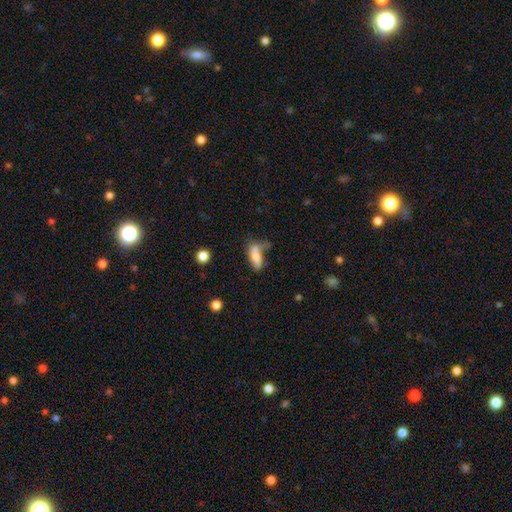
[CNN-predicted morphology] smooth-or-featured: smooth: 62% | featured or disk: 28% | star or artifact: 10%
  how-rounded: in between: 65% | cigar-shaped: 31% | round: 4%
  merging: none: 29% | major disturbance: 25% | merger: 25% | minor disturbance: 22%